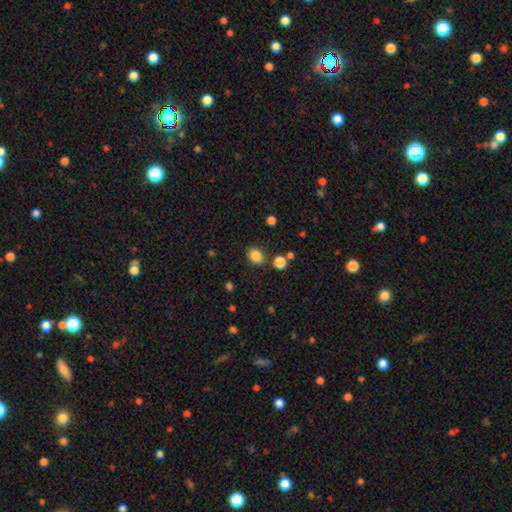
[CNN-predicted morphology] smooth-or-featured: smooth: 84% | star or artifact: 11% | featured or disk: 4%
  how-rounded: in between: 62% | round: 37% | cigar-shaped: 1%
  merging: none: 79% | minor disturbance: 12% | merger: 5% | major disturbance: 4%